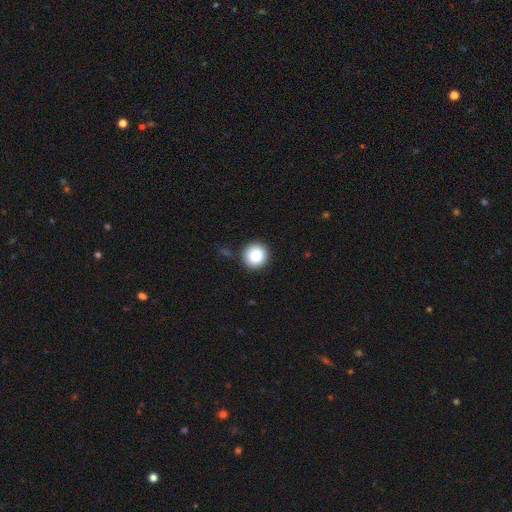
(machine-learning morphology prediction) A smooth galaxy with no disk features (87%) that is round (95%). Merging: none (88%).